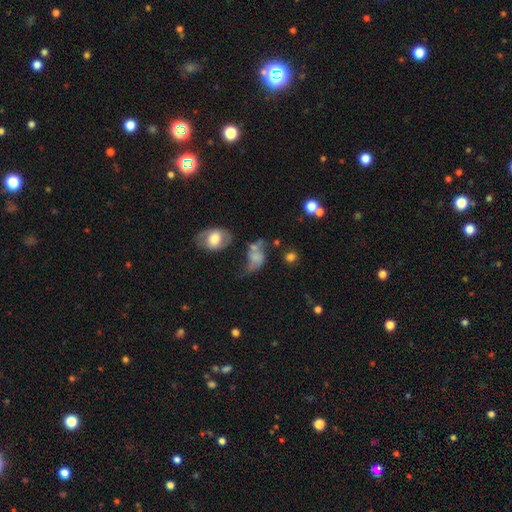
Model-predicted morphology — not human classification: The model was most divided on "merging": major disturbance: 31%, none: 27%, minor disturbance: 24%, merger: 19%. More confident: how rounded — in between (76%); smooth or featured — smooth (53%).